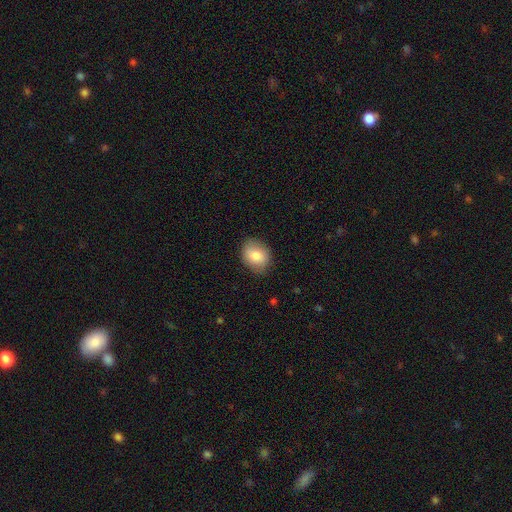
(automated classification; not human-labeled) Smooth or featured: smooth — 81% (featured or disk — 11%)
How rounded: in between — 55% (round — 44%)
Merging: none — 82% (minor disturbance — 14%)